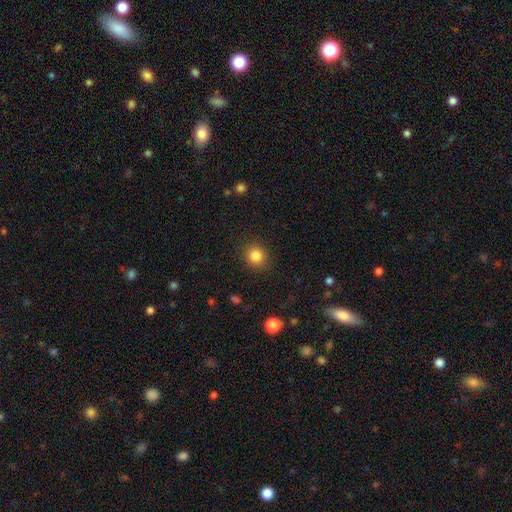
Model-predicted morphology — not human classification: This is clearly a smooth galaxy (84%). How rounded: clearly round (86%). Merging: clearly none (89%).